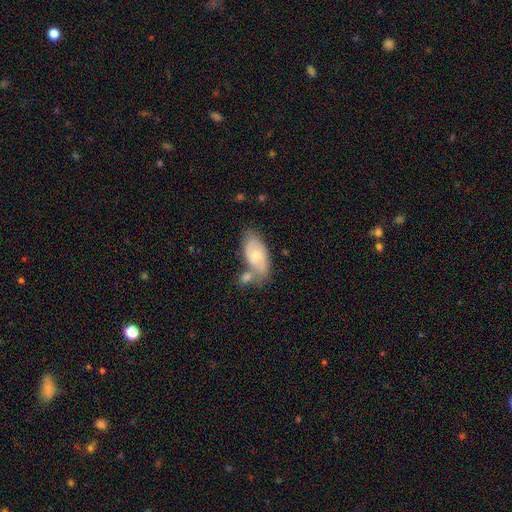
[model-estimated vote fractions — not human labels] The model was most divided on "smooth or featured": smooth: 54%, featured or disk: 40%, star or artifact: 6%. Remaining: how rounded — in between (91%); merging — none (45%).